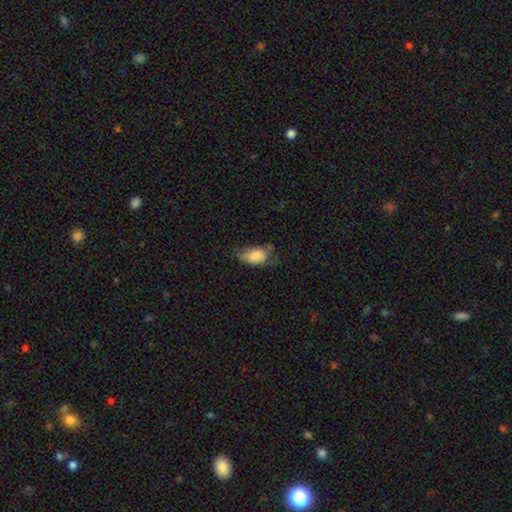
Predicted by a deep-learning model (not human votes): Smooth or featured?
  - smooth: 82% *
  - featured or disk: 11%
  - star or artifact: 8%
How rounded?
  - in between: 92% *
  - round: 5%
  - cigar-shaped: 3%
Merging?
  - none: 40% *
  - minor disturbance: 39%
  - major disturbance: 19%
  - merger: 3%